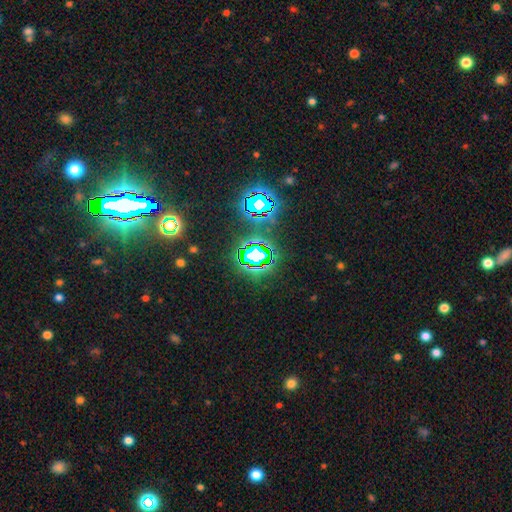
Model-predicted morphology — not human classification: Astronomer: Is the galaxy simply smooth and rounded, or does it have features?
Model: star or artifact — 74%.